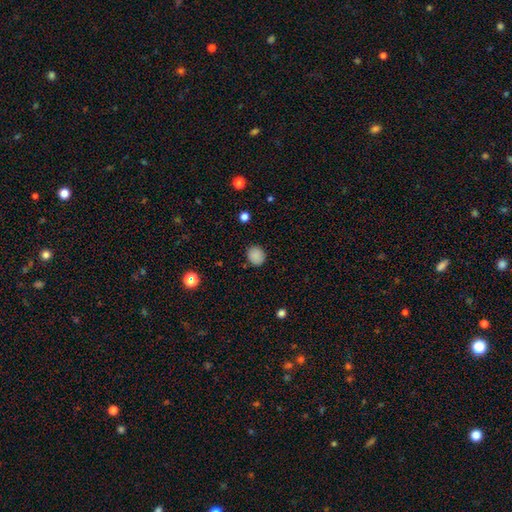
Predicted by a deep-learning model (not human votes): smooth_or_featured: smooth (p=0.86) [alt: star or artifact p=0.10]
how_rounded: round (p=0.79) [alt: in between p=0.20]
merging: none (p=0.86) [alt: minor disturbance p=0.10]